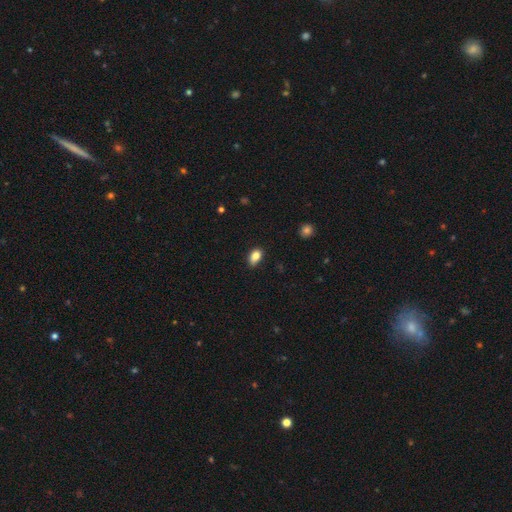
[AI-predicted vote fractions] The model was most divided on "merging": none: 70%, minor disturbance: 25%, major disturbance: 4%, merger: 2%. More confident: smooth or featured — smooth (84%); how rounded — in between (83%).